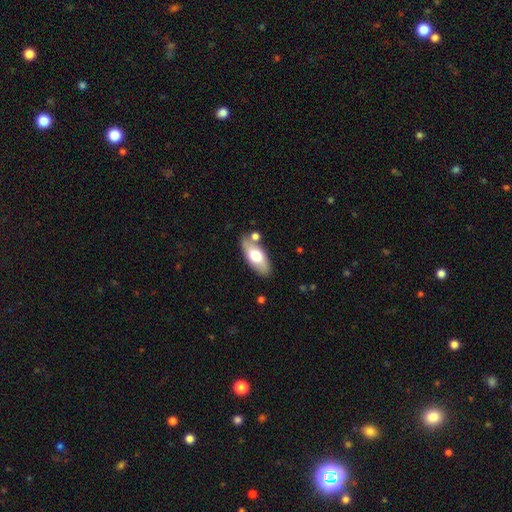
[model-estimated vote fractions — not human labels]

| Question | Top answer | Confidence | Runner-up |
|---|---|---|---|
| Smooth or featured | smooth | 63% | featured or disk (31%) |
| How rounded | in between | 85% | cigar-shaped (12%) |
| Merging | none | 74% | minor disturbance (14%) |